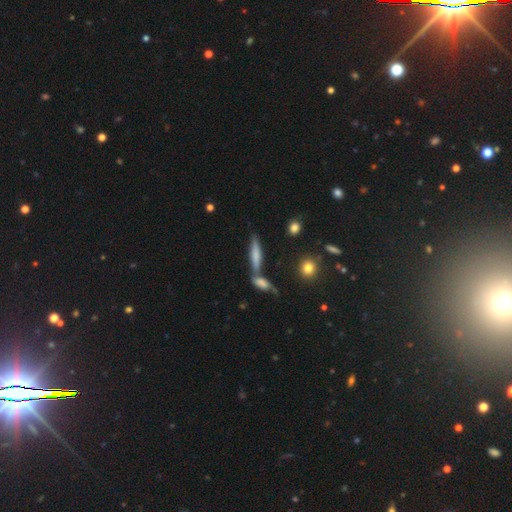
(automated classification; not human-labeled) smooth 50%, featured or disk 39%, star or artifact 11%. Down the decision tree: merging — none (61%).